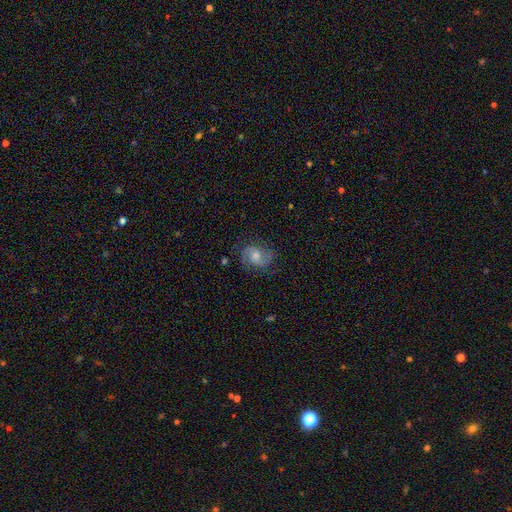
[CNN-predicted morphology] This appears to be a featured or disk galaxy (78%) with no bar (56%), 2 (85%) medium (53%) spiral arms (96%) and a moderate central bulge (56%). Merging: none (78%).